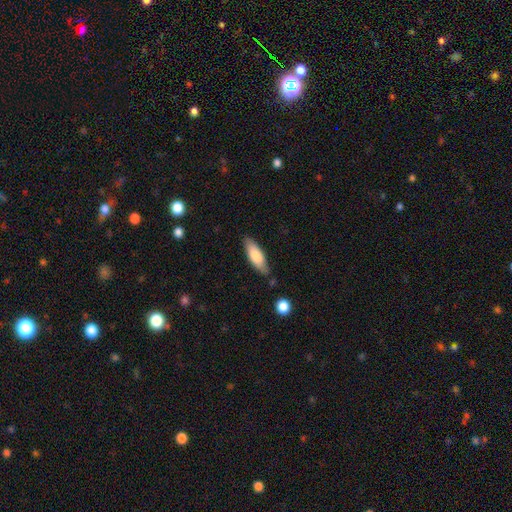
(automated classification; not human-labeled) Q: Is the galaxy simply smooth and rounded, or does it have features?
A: smooth — 77%.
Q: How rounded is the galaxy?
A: in between — 58%.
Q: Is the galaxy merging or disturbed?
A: none — 76%.